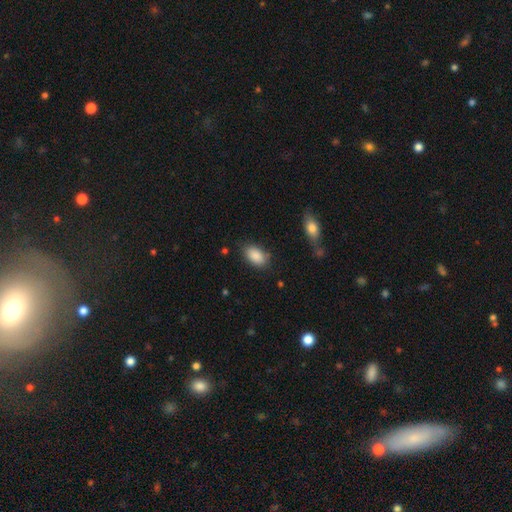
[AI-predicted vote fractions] A smooth galaxy with no disk features (89%) that is in between round and cigar-shaped (92%). Merging: none (80%).